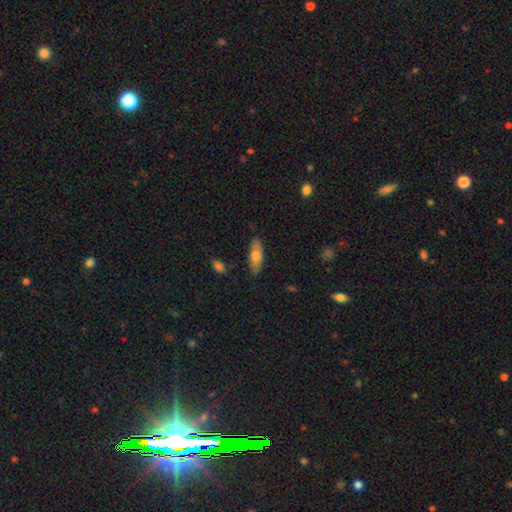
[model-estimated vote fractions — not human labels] A smooth galaxy with no disk features (69%) that is in between round and cigar-shaped (68%). Merging: none (83%).